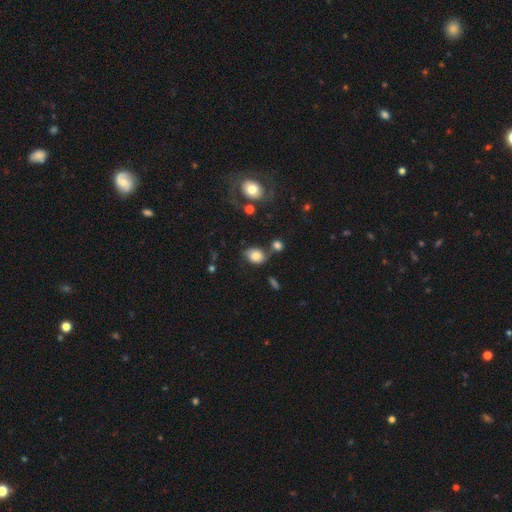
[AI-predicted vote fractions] smooth_or_featured: smooth (p=0.76) [alt: featured or disk p=0.14]
how_rounded: in between (p=0.68) [alt: round p=0.31]
merging: none (p=0.53) [alt: minor disturbance p=0.24]